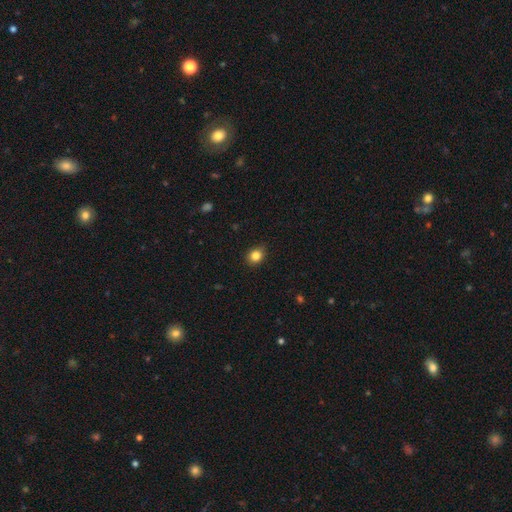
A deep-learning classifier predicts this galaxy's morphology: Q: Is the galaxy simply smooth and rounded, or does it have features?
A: smooth — 84%.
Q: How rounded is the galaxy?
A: round — 65%.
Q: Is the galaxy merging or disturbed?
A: none — 85%.